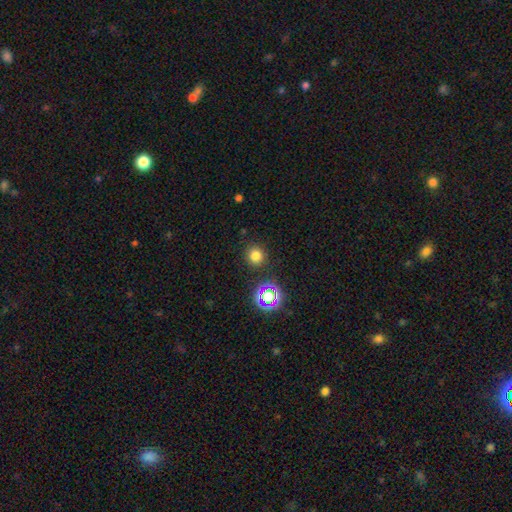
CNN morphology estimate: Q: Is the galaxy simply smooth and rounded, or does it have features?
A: smooth — 75%.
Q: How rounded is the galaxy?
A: round — 92%.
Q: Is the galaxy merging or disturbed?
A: none — 88%.